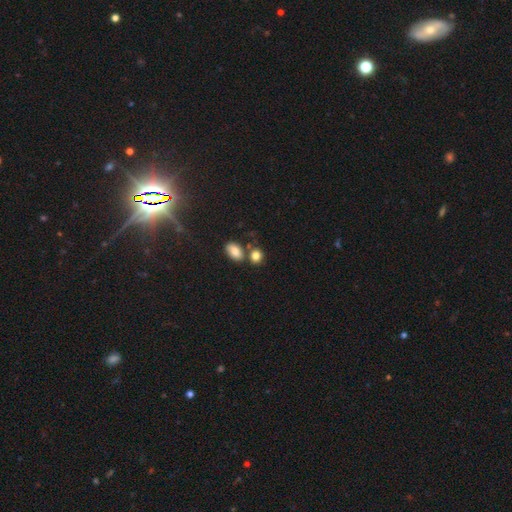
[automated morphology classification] This is clearly a smooth galaxy (82%). How rounded: possibly round (53%). Merging: possibly none (59%).